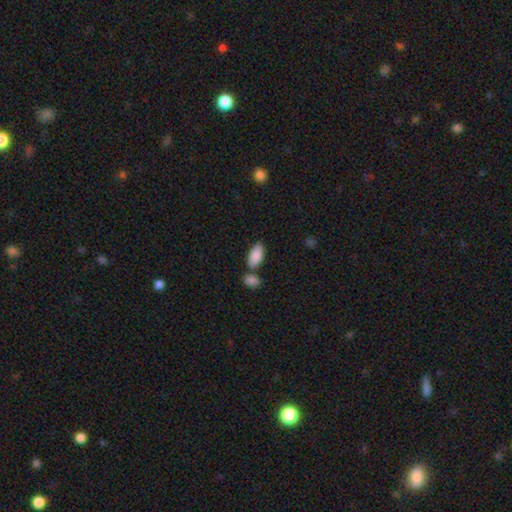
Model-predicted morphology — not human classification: Smooth or featured: smooth — 89% (star or artifact — 6%)
How rounded: in between — 92% (cigar-shaped — 5%)
Merging: none — 61% (merger — 23%)